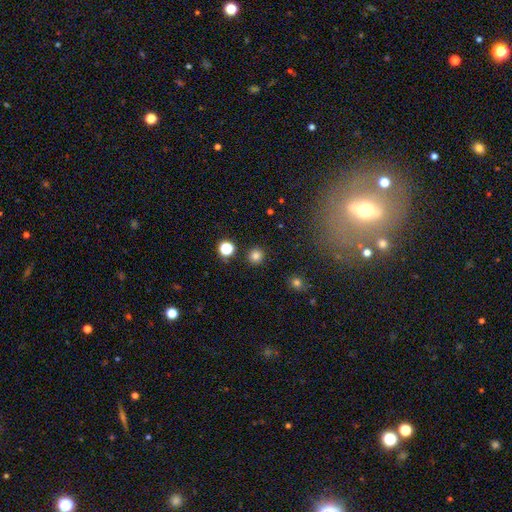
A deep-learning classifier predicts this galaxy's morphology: This is clearly a smooth galaxy (81%). How rounded: clearly round (93%). Merging: clearly none (91%).